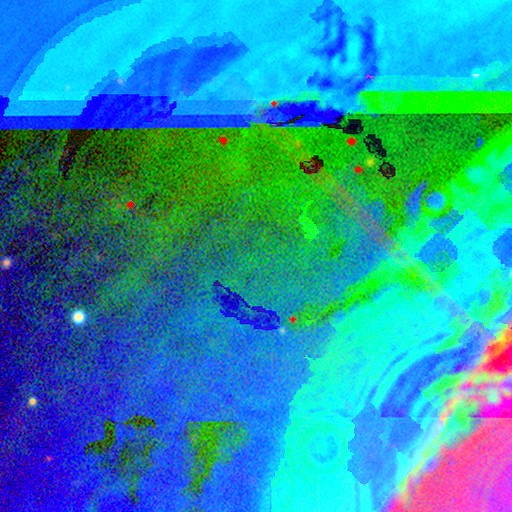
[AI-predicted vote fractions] Smooth or featured: star or artifact — 85% (featured or disk — 8%)